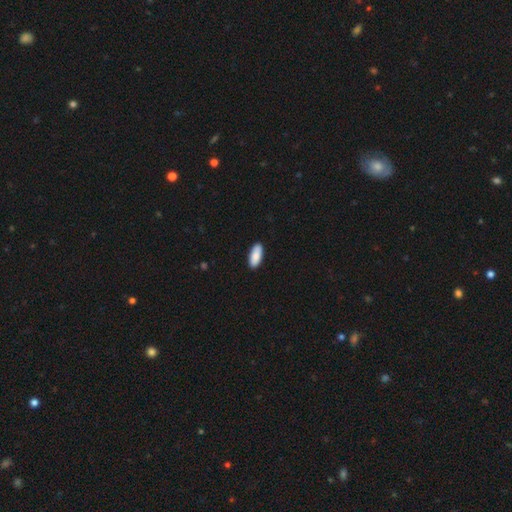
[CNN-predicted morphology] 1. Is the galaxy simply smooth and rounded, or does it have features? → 88% smooth, 6% featured or disk, 6% star or artifact.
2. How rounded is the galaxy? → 82% in between, 16% cigar-shaped, 2% round.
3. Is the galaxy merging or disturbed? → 90% none, 8% minor disturbance, 2% major disturbance, 1% merger.